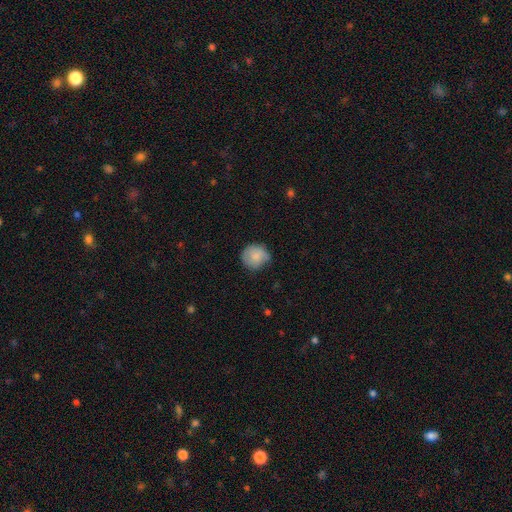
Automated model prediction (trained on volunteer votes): smooth_or_featured: smooth (p=0.80) [alt: featured or disk p=0.13]
how_rounded: round (p=0.88) [alt: in between p=0.11]
merging: none (p=0.68) [alt: minor disturbance p=0.25]